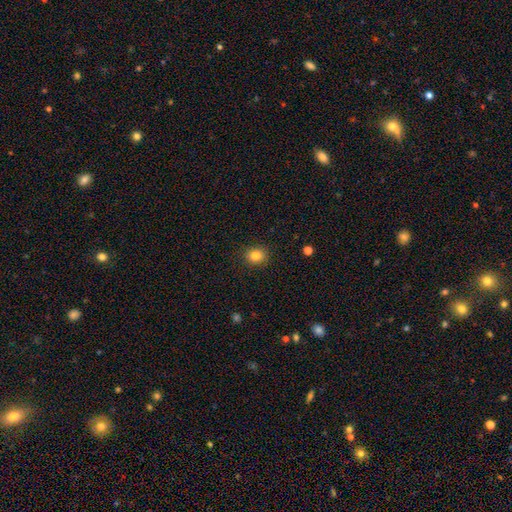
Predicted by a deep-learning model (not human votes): Smooth or featured? smooth (82%)
How rounded? round (73%)
Merging? none (90%)